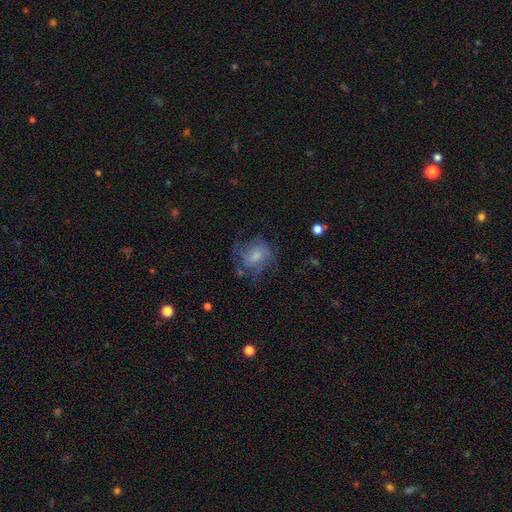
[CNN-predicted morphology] Smooth or featured?
  - smooth: 46% *
  - featured or disk: 44%
  - star or artifact: 10%
Merging?
  - none: 49% *
  - major disturbance: 24%
  - minor disturbance: 24%
  - merger: 3%